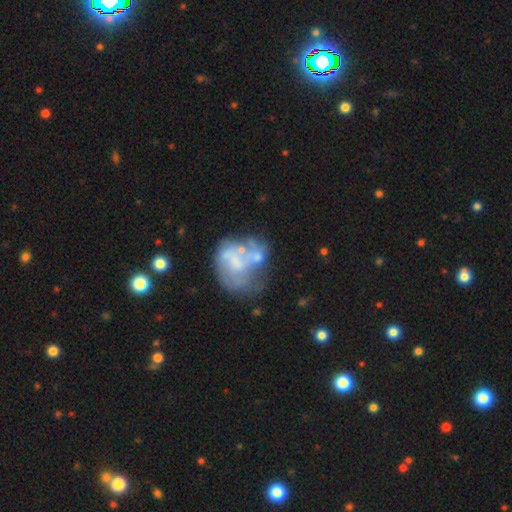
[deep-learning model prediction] Smooth or featured: featured or disk — 57% (smooth — 33%)
Edge-on disk: no — 98% (yes — 2%)
Bar: no — 79% (weak — 16%)
Spiral arms: no — 74% (yes — 26%)
Bulge size: none — 53% (small — 21%)
Merging: major disturbance — 29% (merger — 27%)